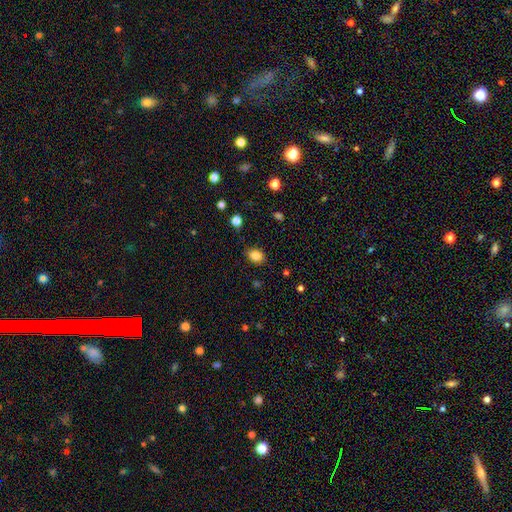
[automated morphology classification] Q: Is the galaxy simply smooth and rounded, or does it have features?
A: smooth — 84%.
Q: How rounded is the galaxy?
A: in between — 62%.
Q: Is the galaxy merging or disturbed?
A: none — 82%.